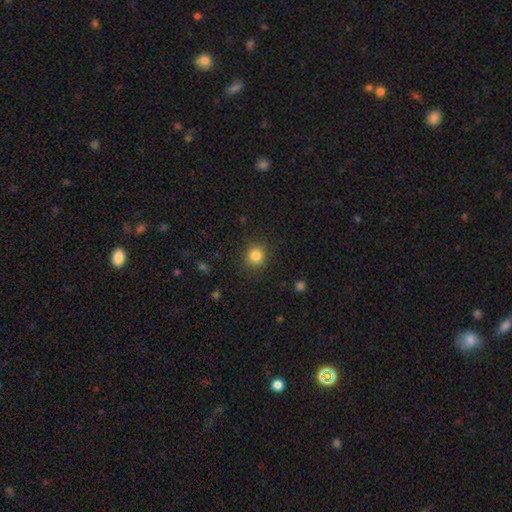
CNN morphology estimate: Smooth or featured?
  - smooth: 83% *
  - star or artifact: 12%
  - featured or disk: 5%
How rounded?
  - round: 89% *
  - in between: 10%
  - cigar-shaped: 1%
Merging?
  - none: 88% *
  - minor disturbance: 8%
  - major disturbance: 3%
  - merger: 1%